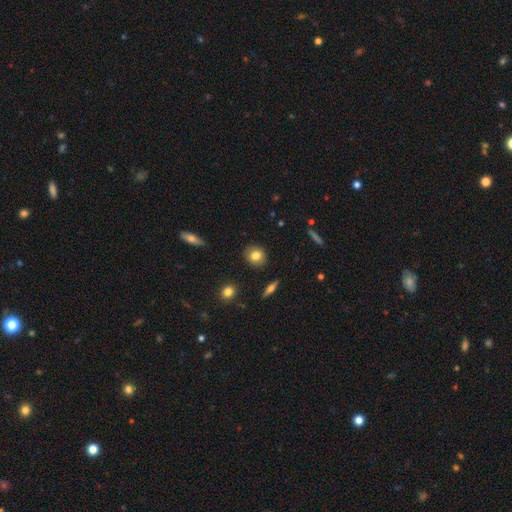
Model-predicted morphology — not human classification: This is likely a smooth galaxy (79%). How rounded: likely round (76%). Merging: clearly none (88%).